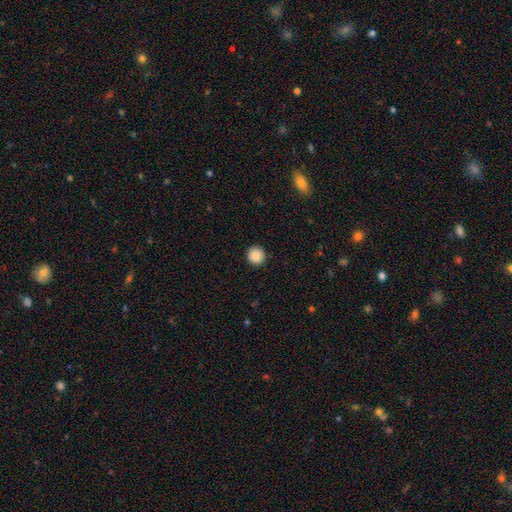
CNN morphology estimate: smooth 89%, star or artifact 8%, featured or disk 3%. Down the decision tree: how rounded — round (95%); merging — none (93%).